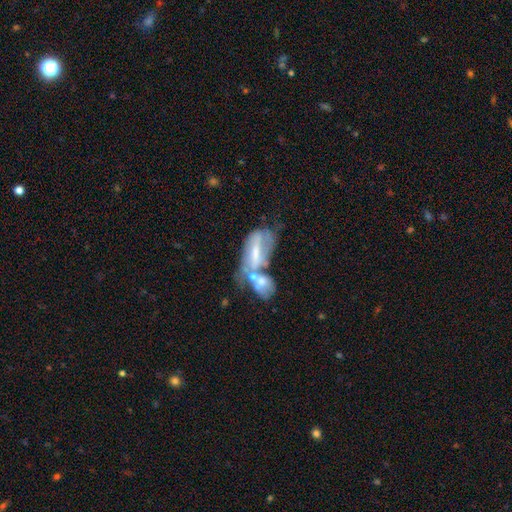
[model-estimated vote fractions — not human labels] smooth_or_featured: featured or disk (p=0.63) [alt: smooth p=0.28]
disk_edge_on: no (p=0.87) [alt: yes p=0.13]
bar: strong (p=0.41) [alt: weak p=0.33]
has_spiral_arms: yes (p=0.57) [alt: no p=0.43]
bulge_size: moderate (p=0.40) [alt: small p=0.38]
merging: merger (p=0.60) [alt: none p=0.16]